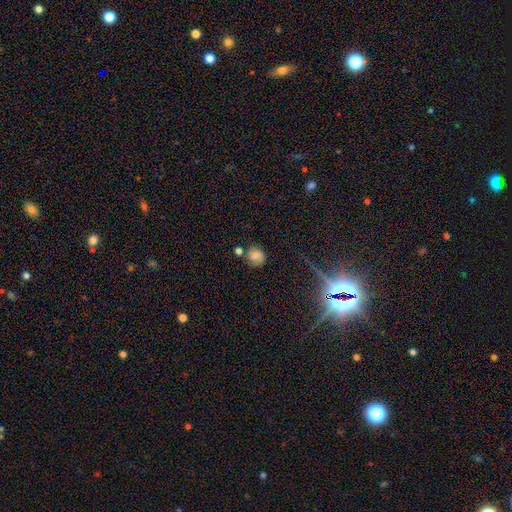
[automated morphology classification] Smooth or featured? Predicted: smooth (p=0.63). How rounded? Predicted: round (p=0.80). Merging? Predicted: none (p=0.64).